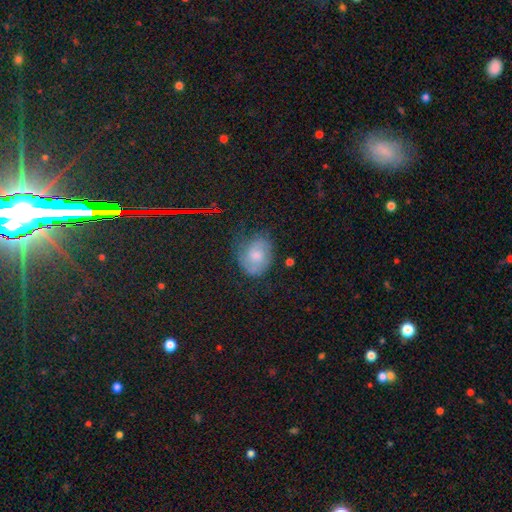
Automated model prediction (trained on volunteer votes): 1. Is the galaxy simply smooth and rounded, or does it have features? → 50% smooth, 38% featured or disk, 13% star or artifact.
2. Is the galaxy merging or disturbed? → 60% none, 27% minor disturbance, 11% major disturbance, 2% merger.